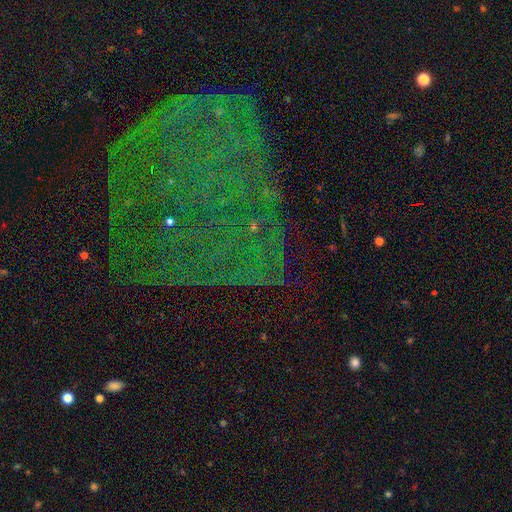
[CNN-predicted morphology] A star or artifact, not a galaxy (80%).